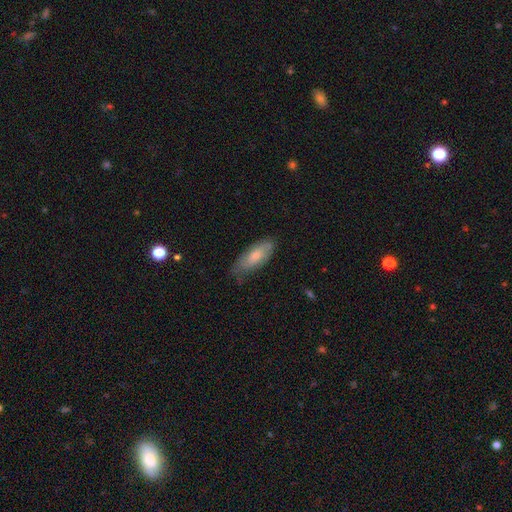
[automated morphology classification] Smooth or featured? smooth (71%)
How rounded? in between (77%)
Merging? none (64%)